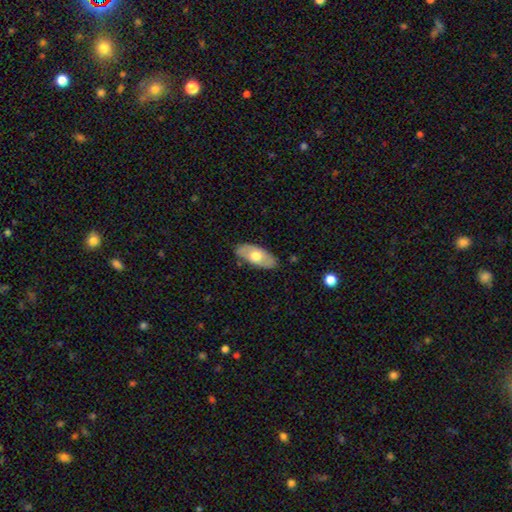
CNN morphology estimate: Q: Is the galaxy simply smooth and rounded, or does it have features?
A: smooth — 56%.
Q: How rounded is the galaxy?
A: in between — 91%.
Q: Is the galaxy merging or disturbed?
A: none — 81%.